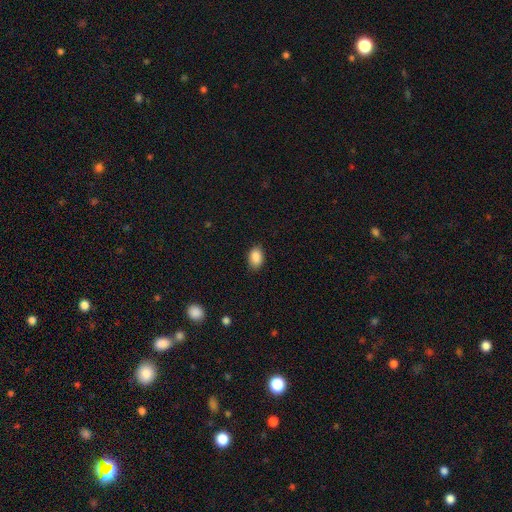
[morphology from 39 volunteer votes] This appears to be a smooth galaxy with no disk features (92%) that is in between round and cigar-shaped (75%). Merging: none (75%).